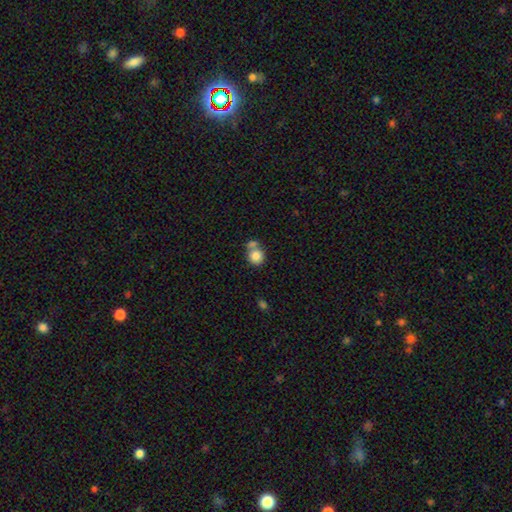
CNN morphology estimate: A smooth galaxy with no disk features (83%) that is round (86%). Merging: none (47%).